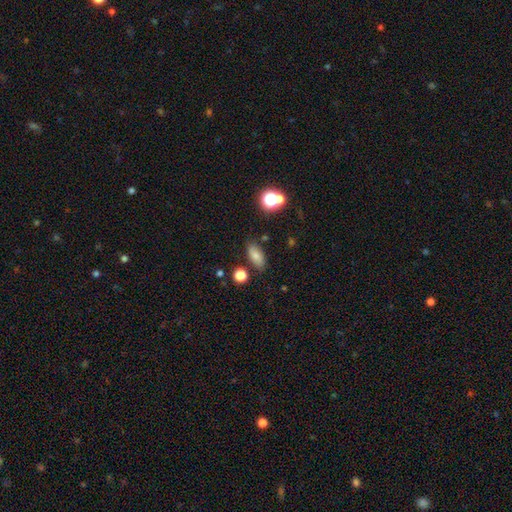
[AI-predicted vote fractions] Morphology: type=smooth (78%); roundness=in between (84%); merging=none (80%).